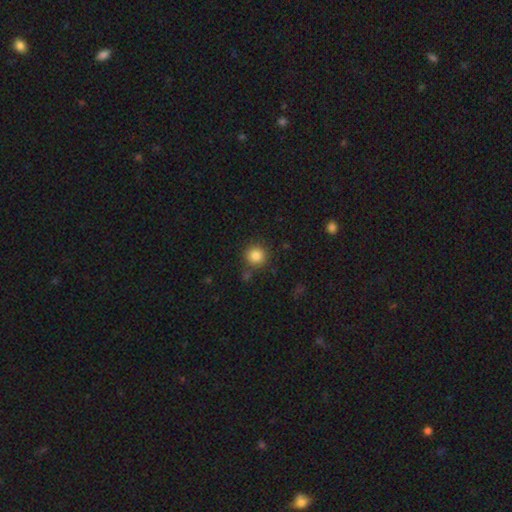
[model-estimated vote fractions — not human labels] This is clearly a smooth galaxy (85%). How rounded: clearly round (92%). Merging: clearly none (83%).